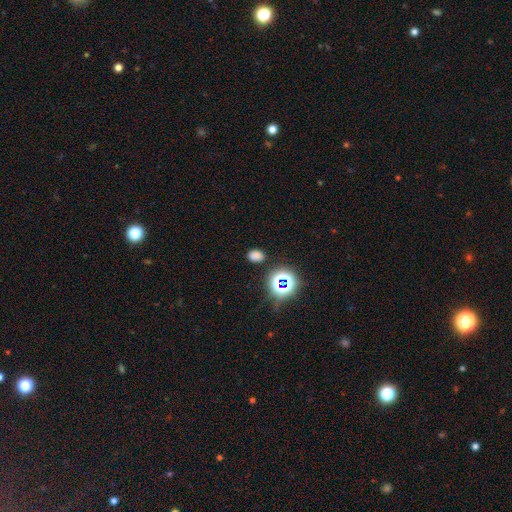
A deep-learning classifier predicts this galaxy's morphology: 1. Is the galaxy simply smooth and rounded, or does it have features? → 69% smooth, 26% star or artifact, 5% featured or disk.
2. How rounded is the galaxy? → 70% in between, 29% round, 1% cigar-shaped.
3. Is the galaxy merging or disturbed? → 84% none, 10% minor disturbance, 3% major disturbance, 3% merger.